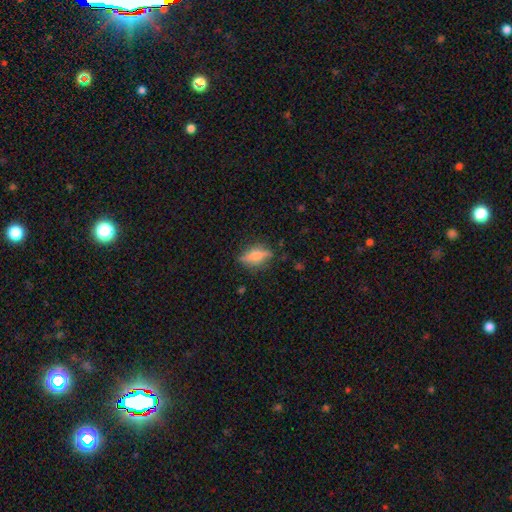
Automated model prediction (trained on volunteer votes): The model was most divided on "smooth or featured": smooth: 50%, featured or disk: 40%, star or artifact: 10%. More confident: merging — none (75%); how rounded — in between (67%).